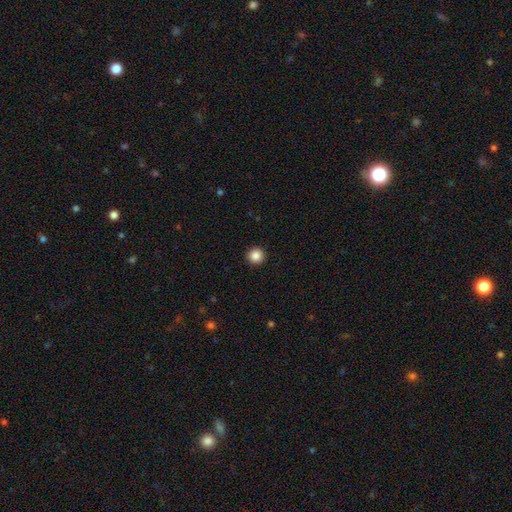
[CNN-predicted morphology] This is clearly a smooth galaxy (86%). How rounded: clearly round (96%). Merging: clearly none (94%).